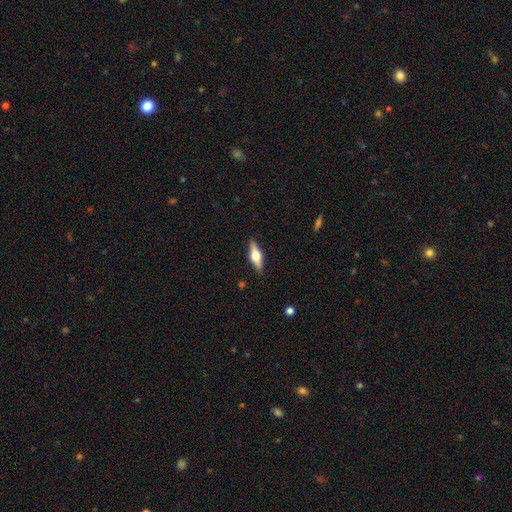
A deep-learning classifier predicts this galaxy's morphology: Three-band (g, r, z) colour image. It shows a featured or disk galaxy (62%) viewed edge-on (95%) with a rounded central bulge (95%). Merging: none (89%).